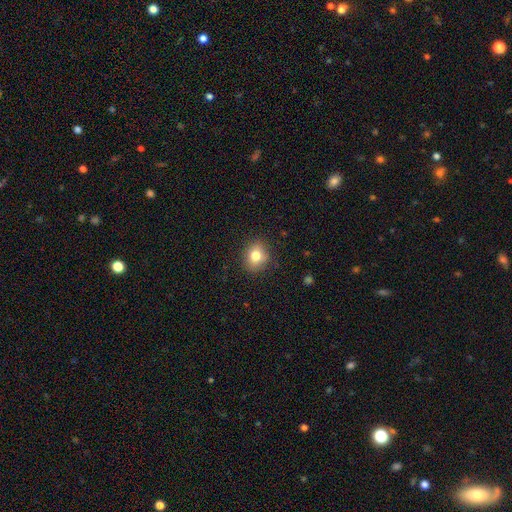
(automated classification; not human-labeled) Q: Smooth or featured?
A: smooth (79%); runner-up: featured or disk (11%)
Q: How rounded?
A: round (60%); runner-up: in between (39%)
Q: Merging?
A: none (86%); runner-up: minor disturbance (10%)